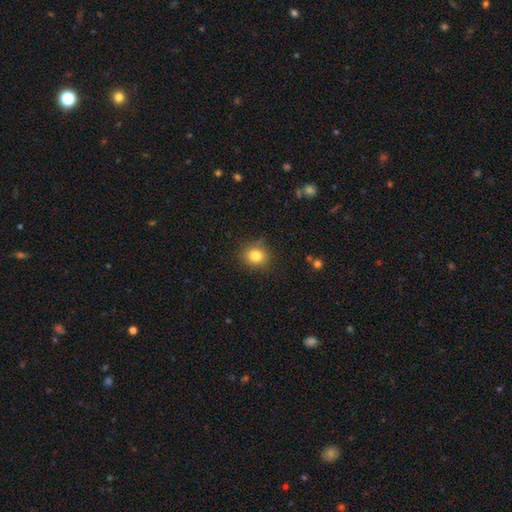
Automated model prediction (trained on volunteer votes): Smooth or featured: smooth — 82% (star or artifact — 11%)
How rounded: round — 79% (in between — 20%)
Merging: none — 83% (minor disturbance — 13%)